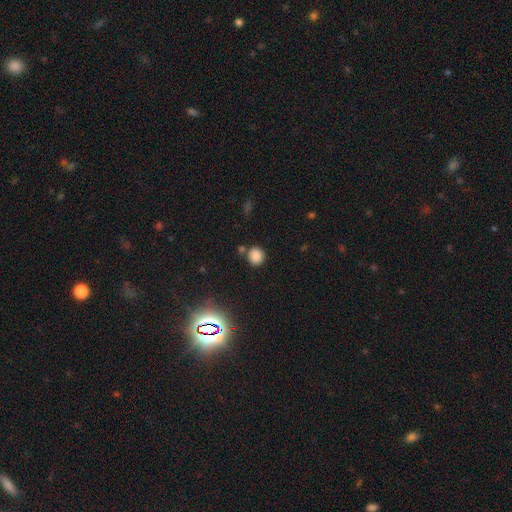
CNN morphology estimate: smooth-or-featured: smooth: 82% | star or artifact: 13% | featured or disk: 4%
  how-rounded: round: 84% | in between: 15% | cigar-shaped: 1%
  merging: none: 78% | minor disturbance: 10% | merger: 9% | major disturbance: 3%